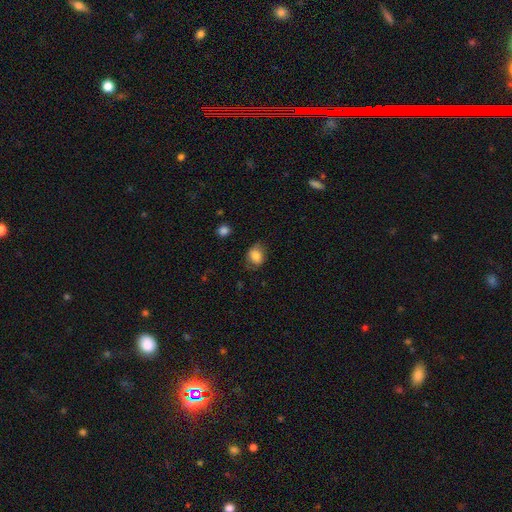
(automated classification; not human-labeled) Smooth or featured? Predicted: smooth (p=0.81). How rounded? Predicted: in between (p=0.55). Merging? Predicted: none (p=0.69).